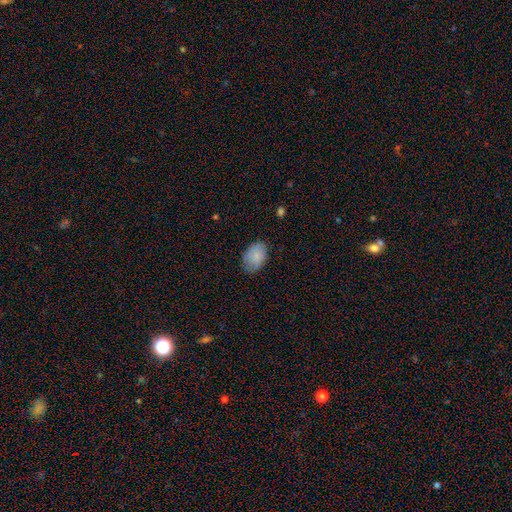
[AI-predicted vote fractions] This appears to be a smooth galaxy with no disk features (82%) that is in between round and cigar-shaped (85%). Merging: none (77%).